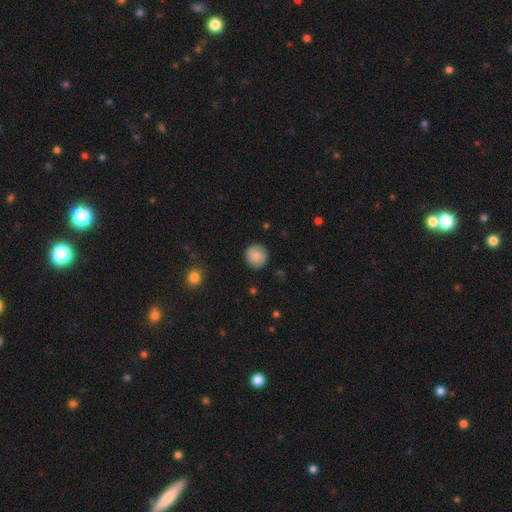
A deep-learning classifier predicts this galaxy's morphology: Q: Smooth or featured?
A: smooth (85%); runner-up: featured or disk (7%)
Q: How rounded?
A: round (92%); runner-up: in between (7%)
Q: Merging?
A: none (87%); runner-up: minor disturbance (10%)